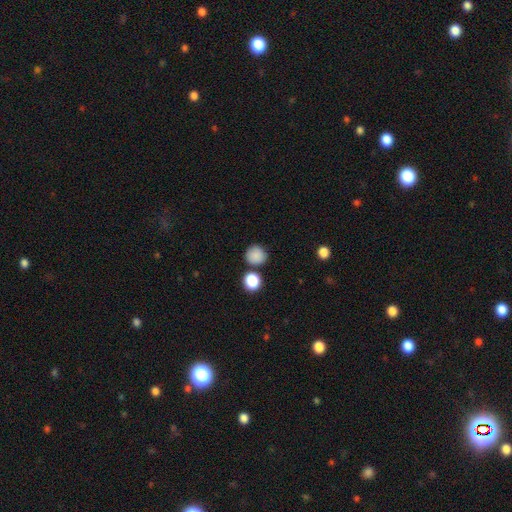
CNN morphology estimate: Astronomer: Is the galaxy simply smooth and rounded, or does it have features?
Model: smooth — 86%.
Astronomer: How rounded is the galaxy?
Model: round — 90%.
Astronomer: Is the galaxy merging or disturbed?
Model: none — 78%.